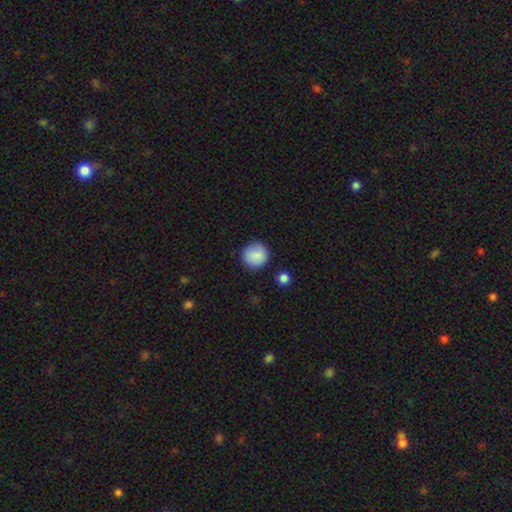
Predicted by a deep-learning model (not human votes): Smooth or featured? smooth (86%)
How rounded? round (90%)
Merging? none (86%)